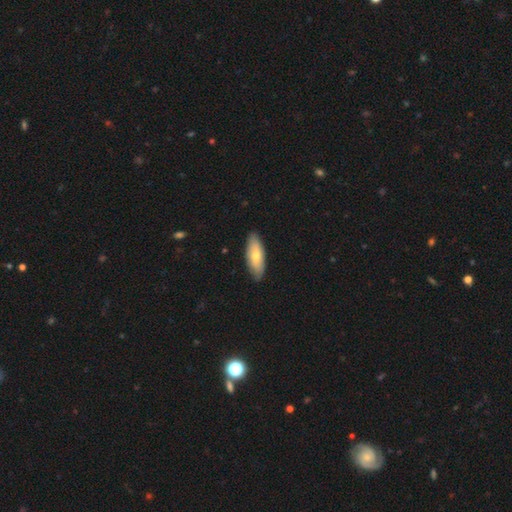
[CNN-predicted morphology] Smooth or featured: smooth — 67% (featured or disk — 27%)
How rounded: in between — 72% (cigar-shaped — 27%)
Merging: none — 84% (minor disturbance — 13%)